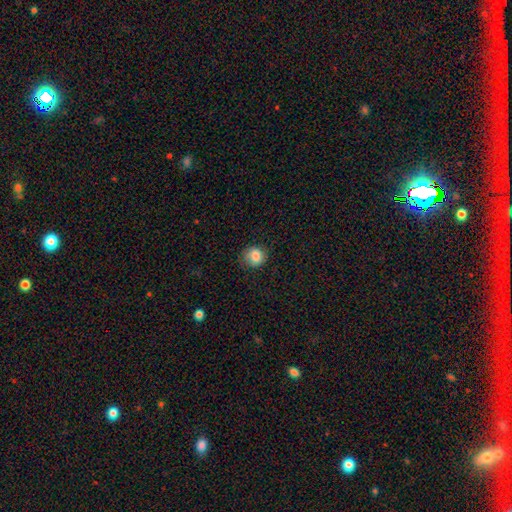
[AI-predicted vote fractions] A smooth galaxy with no disk features (83%) that is round (79%).

Vote fractions:
- Smooth or featured? smooth: 83% / star or artifact: 10% / featured or disk: 7%
- How rounded? round: 79% / in between: 20% / cigar-shaped: 1%
- Merging? none: 73% / minor disturbance: 20% / major disturbance: 6% / merger: 1%